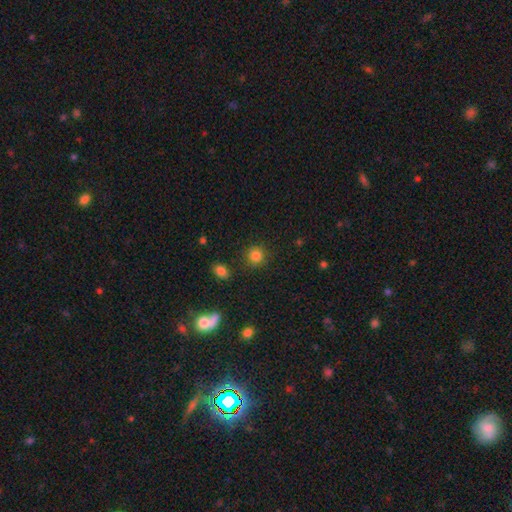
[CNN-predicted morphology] Q: Smooth or featured?
A: smooth (83%); runner-up: star or artifact (12%)
Q: How rounded?
A: round (90%); runner-up: in between (9%)
Q: Merging?
A: none (86%); runner-up: minor disturbance (8%)